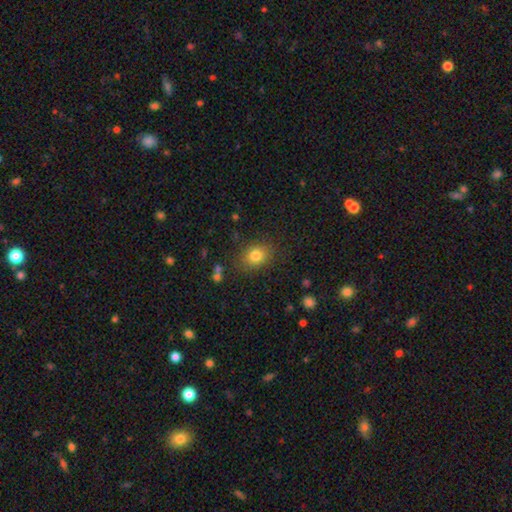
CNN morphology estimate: smooth 81%, star or artifact 11%, featured or disk 8%. Down the decision tree: how rounded — in between (51%); merging — none (83%).